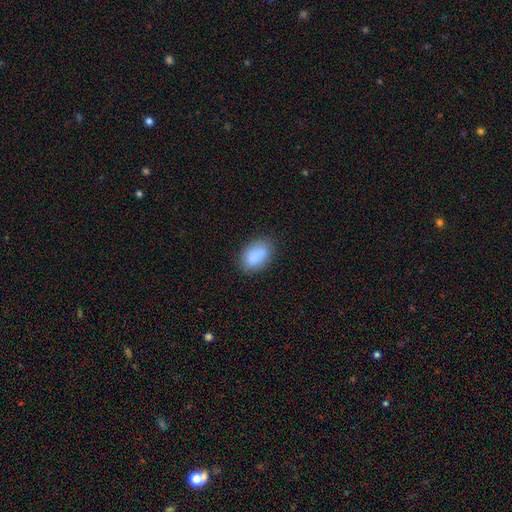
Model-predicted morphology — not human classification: A smooth galaxy with no disk features (87%) that is in between round and cigar-shaped (87%). Merging: none (80%).